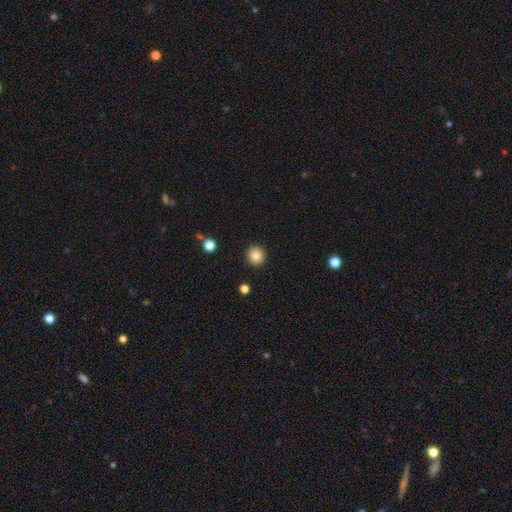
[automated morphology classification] Overall: smooth (84%). How rounded: round (94%). Merging: none (92%).